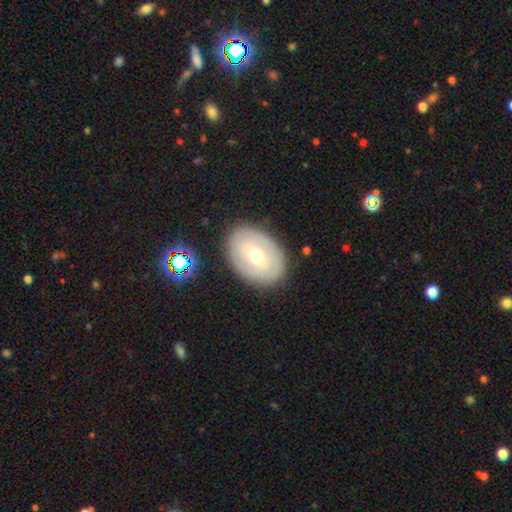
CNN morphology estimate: smooth-or-featured: smooth: 52% | featured or disk: 40% | star or artifact: 8%
  how-rounded: in between: 76% | round: 22% | cigar-shaped: 1%
  merging: none: 85% | minor disturbance: 10% | major disturbance: 3% | merger: 2%